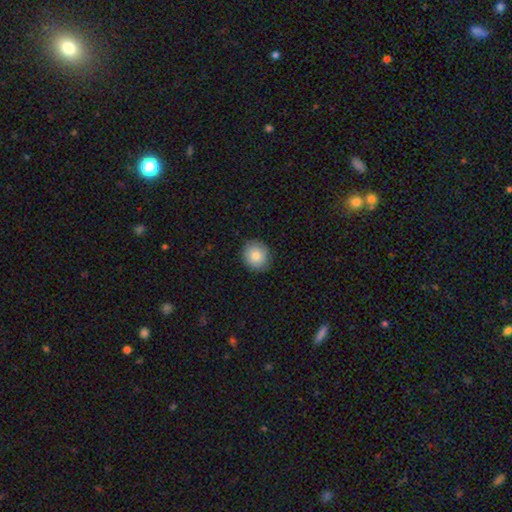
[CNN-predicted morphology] A smooth galaxy with no disk features (83%) that is round (83%). Merging: none (88%).